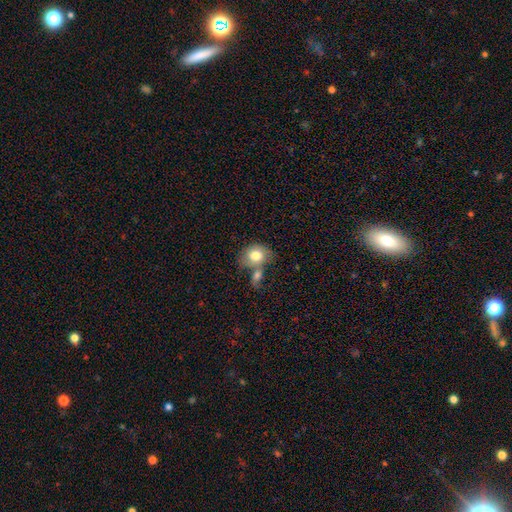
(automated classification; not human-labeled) Overall: smooth (77%). How rounded: in between (54%; round 45%). Merging: merger (41%; none 37%).